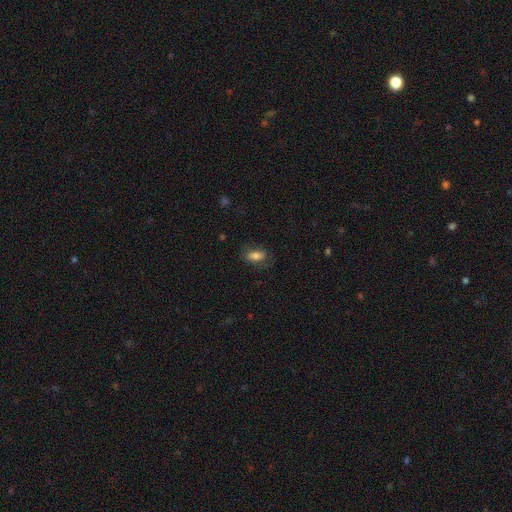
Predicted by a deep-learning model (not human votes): Overall: smooth (75%). How rounded: in between (85%). Merging: none (72%).